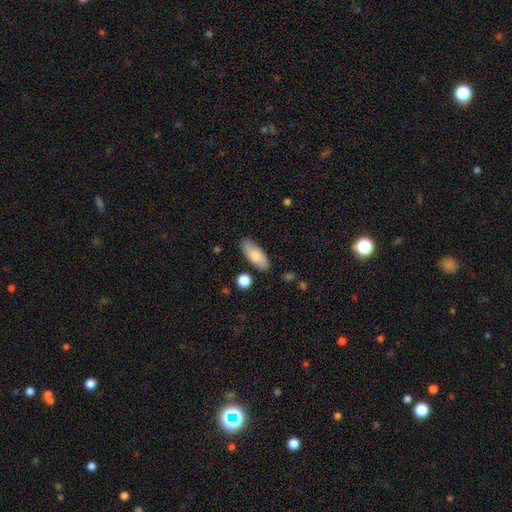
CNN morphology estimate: This appears to be a smooth galaxy with no disk features (78%) that is in between round and cigar-shaped (83%). Merging: none (84%).